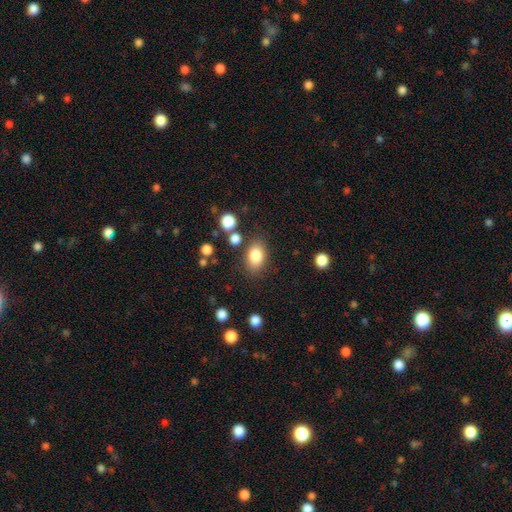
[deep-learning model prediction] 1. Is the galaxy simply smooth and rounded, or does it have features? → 84% smooth, 8% star or artifact, 8% featured or disk.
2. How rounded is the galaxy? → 83% in between, 15% round, 2% cigar-shaped.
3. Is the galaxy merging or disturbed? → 80% none, 12% minor disturbance, 4% merger, 4% major disturbance.